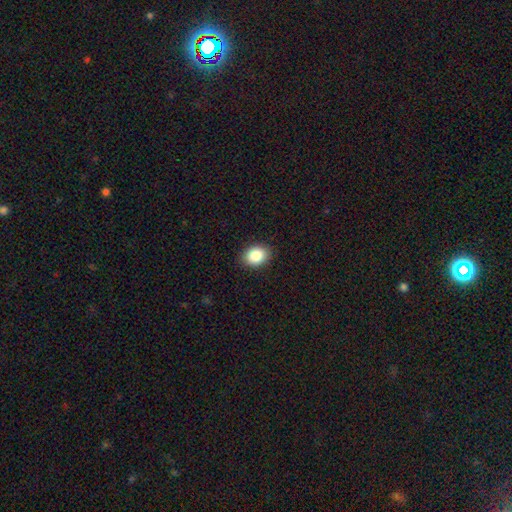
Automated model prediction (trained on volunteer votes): smooth 87%, star or artifact 8%, featured or disk 5%. Down the decision tree: how rounded — in between (66%); merging — none (89%).